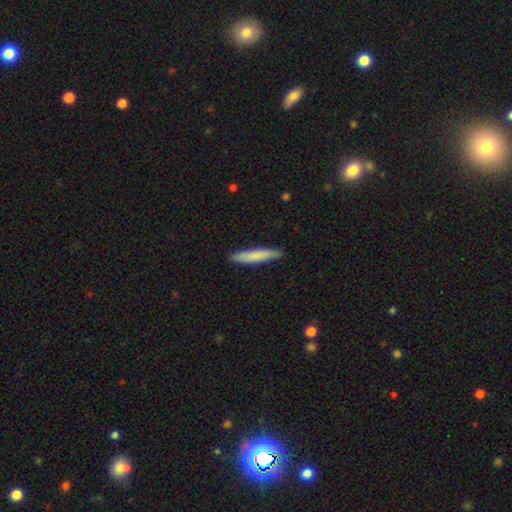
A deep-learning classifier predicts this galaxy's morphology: Overall: smooth (77%). How rounded: cigar-shaped (92%). Merging: none (88%).